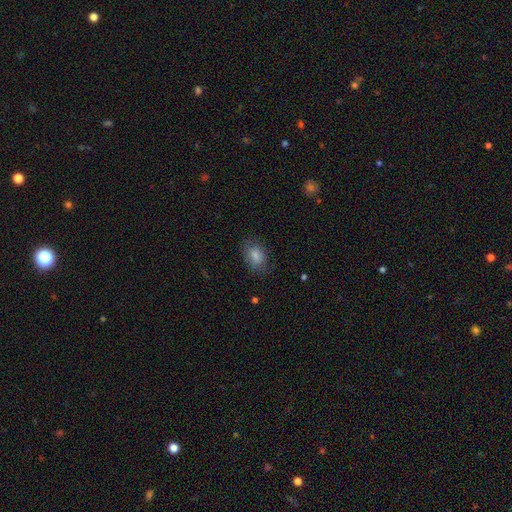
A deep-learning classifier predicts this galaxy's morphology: This is clearly a smooth galaxy (83%). How rounded: likely in between (77%). Merging: likely none (72%).